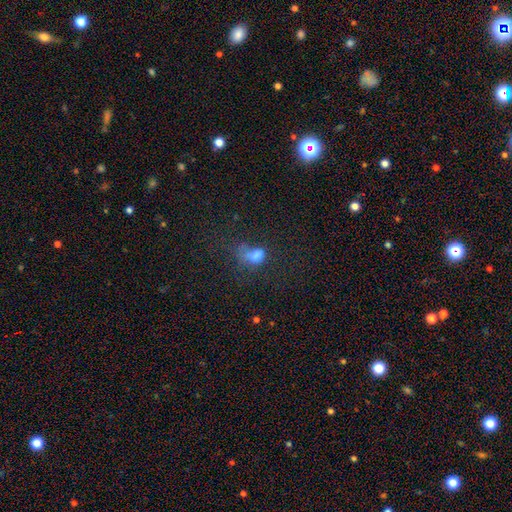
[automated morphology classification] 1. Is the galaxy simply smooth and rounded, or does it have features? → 66% smooth, 18% star or artifact, 15% featured or disk.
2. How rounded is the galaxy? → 73% in between, 24% round, 3% cigar-shaped.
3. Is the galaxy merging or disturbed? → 36% major disturbance, 27% none, 20% minor disturbance, 17% merger.